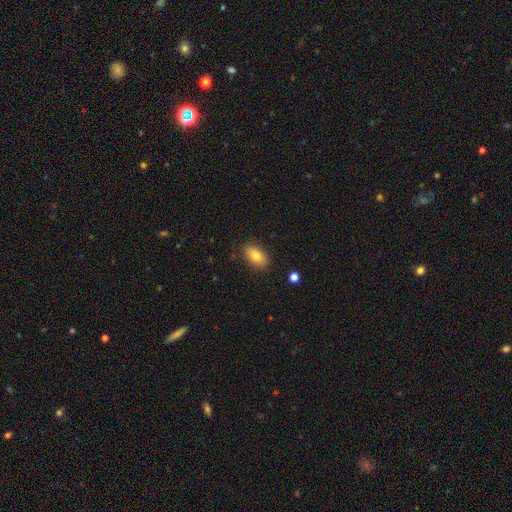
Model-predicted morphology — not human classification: Overall: smooth (81%). How rounded: in between (90%). Merging: none (86%).